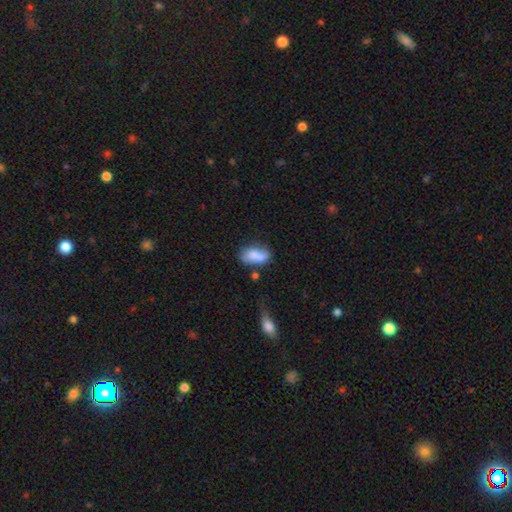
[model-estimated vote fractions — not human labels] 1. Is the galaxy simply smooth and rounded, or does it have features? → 73% smooth, 18% featured or disk, 8% star or artifact.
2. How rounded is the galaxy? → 89% in between, 6% round, 4% cigar-shaped.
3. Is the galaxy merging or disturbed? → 45% none, 28% minor disturbance, 15% merger, 12% major disturbance.